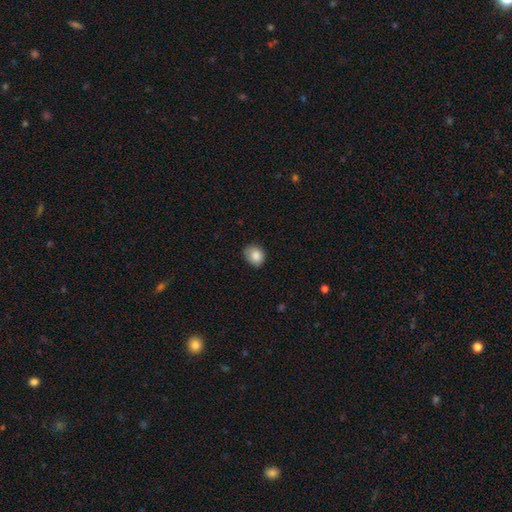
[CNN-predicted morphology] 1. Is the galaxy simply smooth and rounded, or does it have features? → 85% smooth, 8% star or artifact, 7% featured or disk.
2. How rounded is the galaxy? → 54% round, 45% in between, 1% cigar-shaped.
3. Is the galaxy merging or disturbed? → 69% none, 25% minor disturbance, 5% major disturbance, 1% merger.